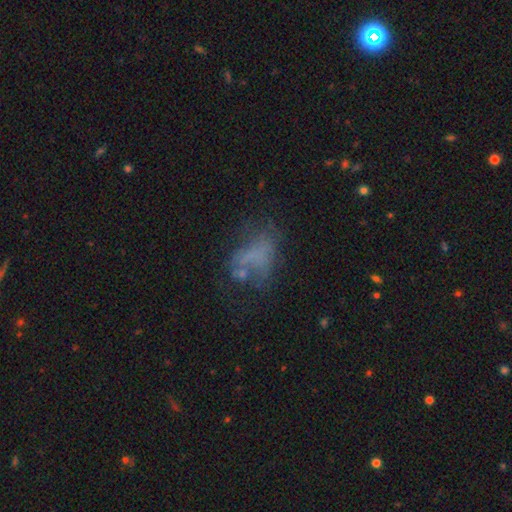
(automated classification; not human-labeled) Overall: featured or disk (41%; smooth 40%). Merging: none (36%; major disturbance 33%).